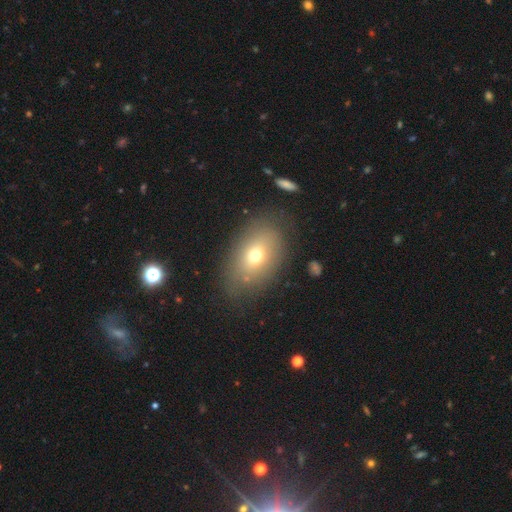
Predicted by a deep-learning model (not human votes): A smooth galaxy with no disk features (67%) that is in between round and cigar-shaped (82%). Merging: none (74%).